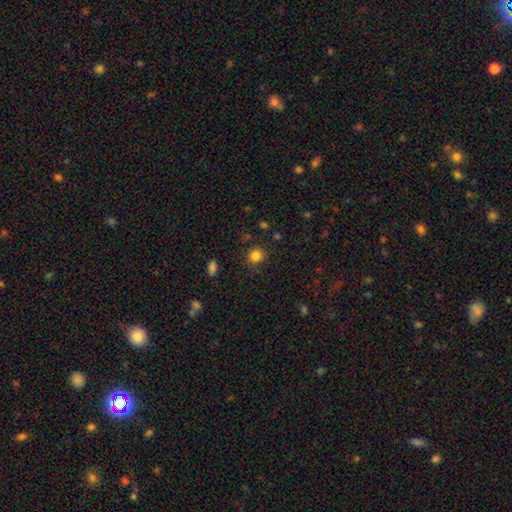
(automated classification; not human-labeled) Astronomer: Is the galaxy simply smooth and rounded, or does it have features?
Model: smooth — 83%.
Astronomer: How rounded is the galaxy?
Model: round — 86%.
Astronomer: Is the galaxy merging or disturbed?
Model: none — 84%.